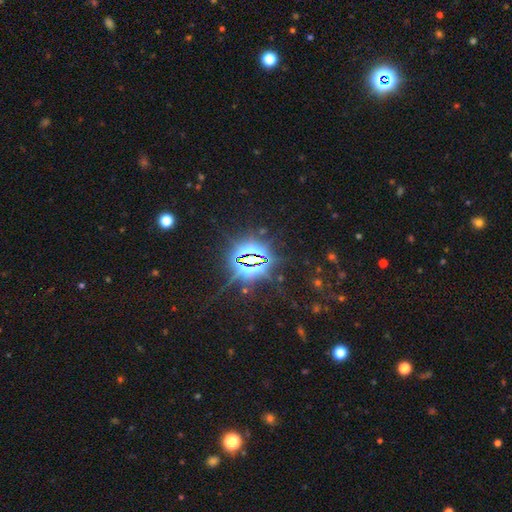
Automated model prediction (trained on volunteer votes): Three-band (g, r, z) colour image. It shows a star or artifact, not a galaxy (85%).